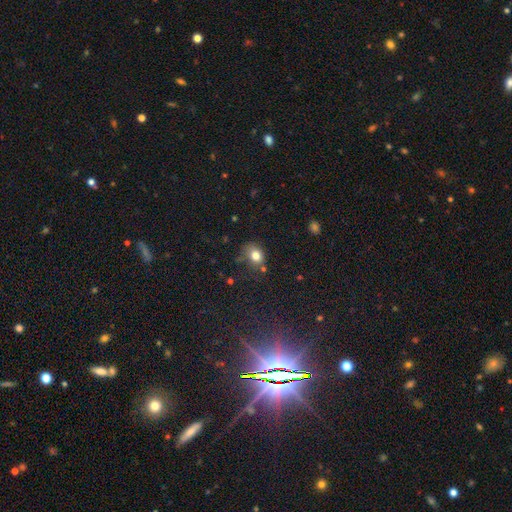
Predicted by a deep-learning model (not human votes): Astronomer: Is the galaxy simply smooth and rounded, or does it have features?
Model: smooth — 78%.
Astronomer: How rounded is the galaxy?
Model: in between — 51% (runner-up: round, 48%).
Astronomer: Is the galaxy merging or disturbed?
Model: none — 58%.